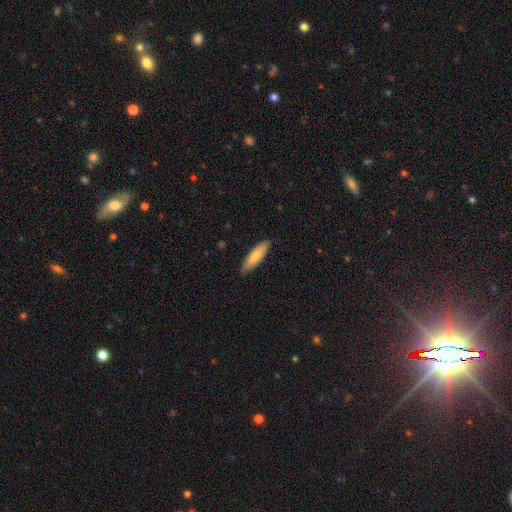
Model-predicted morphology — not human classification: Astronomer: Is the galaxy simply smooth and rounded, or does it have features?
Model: smooth — 78%.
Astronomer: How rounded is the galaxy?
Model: cigar-shaped — 62%.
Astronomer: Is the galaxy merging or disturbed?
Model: none — 87%.